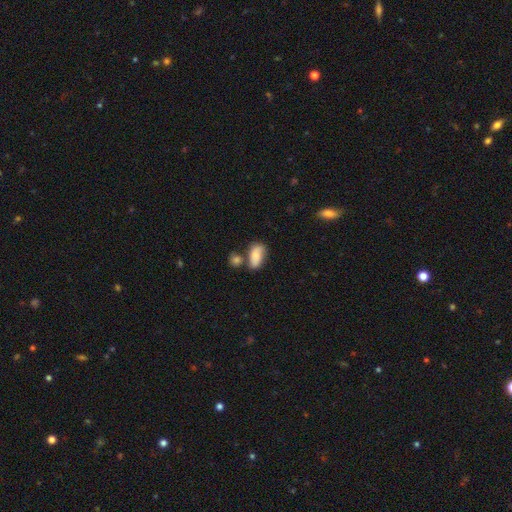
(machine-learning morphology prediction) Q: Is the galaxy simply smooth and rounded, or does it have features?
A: smooth — 73%.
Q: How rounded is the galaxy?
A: in between — 90%.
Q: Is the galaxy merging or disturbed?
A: none — 48%.